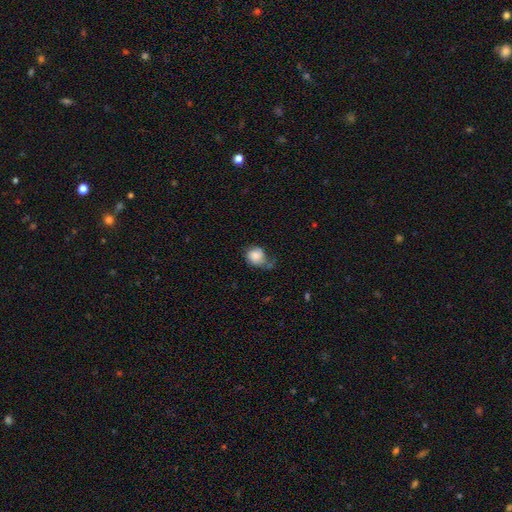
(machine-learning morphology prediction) Overall: smooth (72%). How rounded: round (65%; in between 34%). Merging: minor disturbance (35%; none 33%).